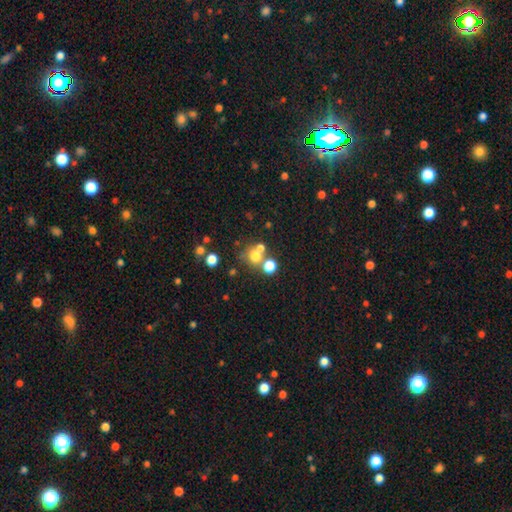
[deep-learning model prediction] Smooth or featured? smooth (67%)
How rounded? round (83%)
Merging? none (53%)